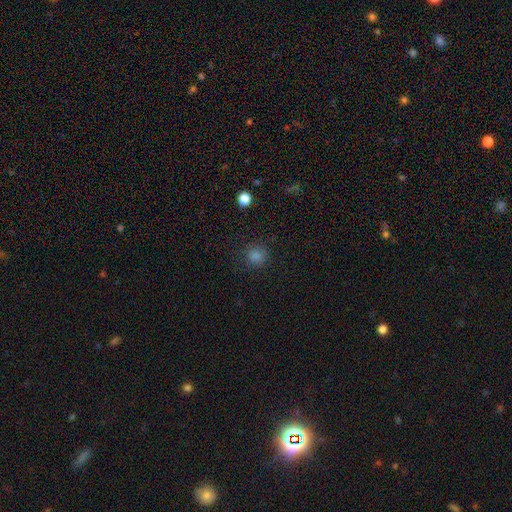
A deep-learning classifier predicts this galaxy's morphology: A smooth galaxy with no disk features (79%) that is round (93%).

Vote fractions:
- Smooth or featured? smooth: 79% / star or artifact: 17% / featured or disk: 4%
- How rounded? round: 93% / in between: 6% / cigar-shaped: 1%
- Merging? none: 89% / minor disturbance: 7% / major disturbance: 3% / merger: 1%